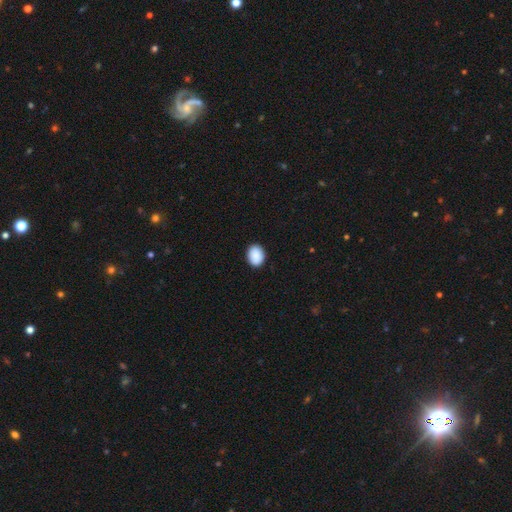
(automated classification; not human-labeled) Smooth or featured: smooth — 90% (star or artifact — 7%)
How rounded: in between — 64% (round — 35%)
Merging: none — 89% (minor disturbance — 8%)